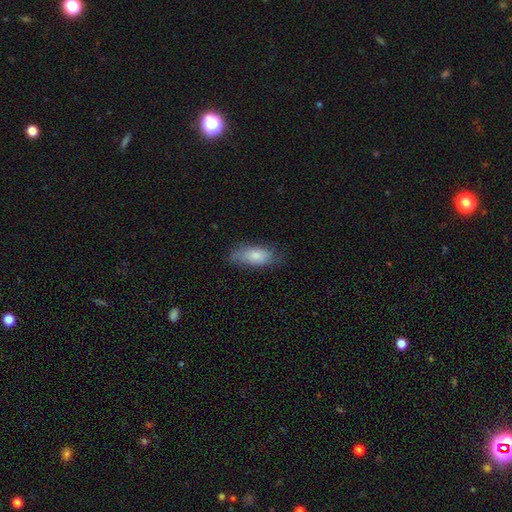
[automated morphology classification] Overall: smooth (77%). How rounded: in between (82%). Merging: none (69%).